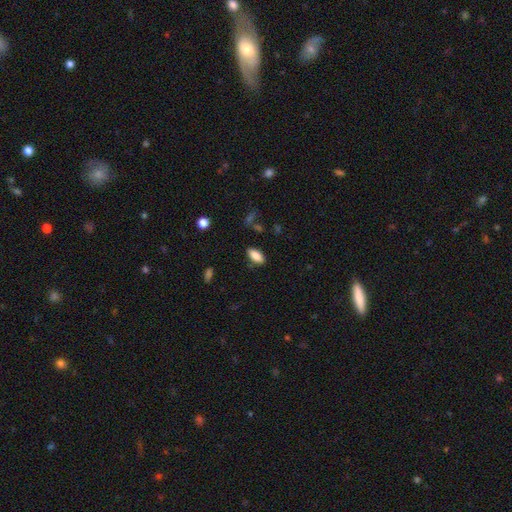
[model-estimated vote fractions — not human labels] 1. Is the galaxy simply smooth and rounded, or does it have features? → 85% smooth, 8% star or artifact, 8% featured or disk.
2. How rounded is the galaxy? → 86% in between, 12% cigar-shaped, 2% round.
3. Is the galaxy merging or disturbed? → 83% none, 12% minor disturbance, 3% major disturbance, 2% merger.